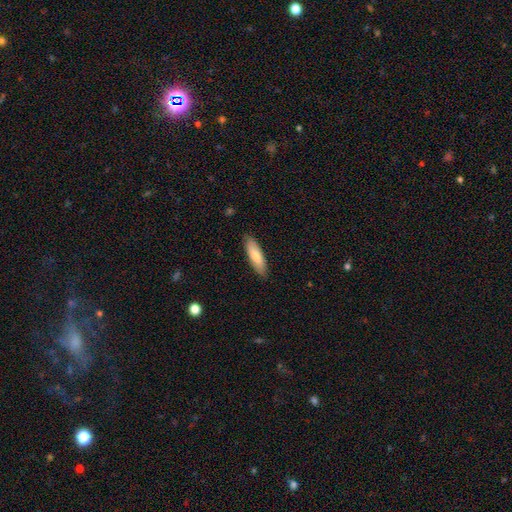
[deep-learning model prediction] This is likely a smooth galaxy (76%). How rounded: possibly cigar-shaped (57%). Merging: clearly none (87%).